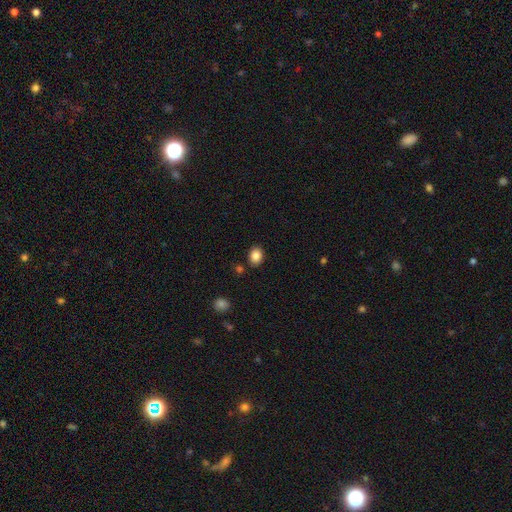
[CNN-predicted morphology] Smooth or featured: smooth — 85% (star or artifact — 9%)
How rounded: in between — 52% (round — 47%)
Merging: none — 86% (minor disturbance — 9%)